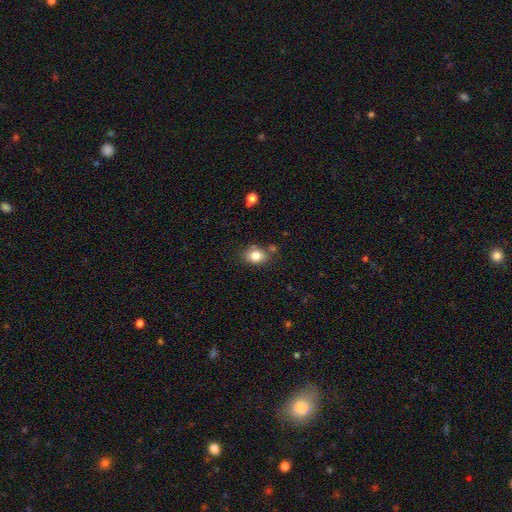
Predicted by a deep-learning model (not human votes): smooth 82%, star or artifact 10%, featured or disk 8%. Down the decision tree: how rounded — in between (61%); merging — none (74%).